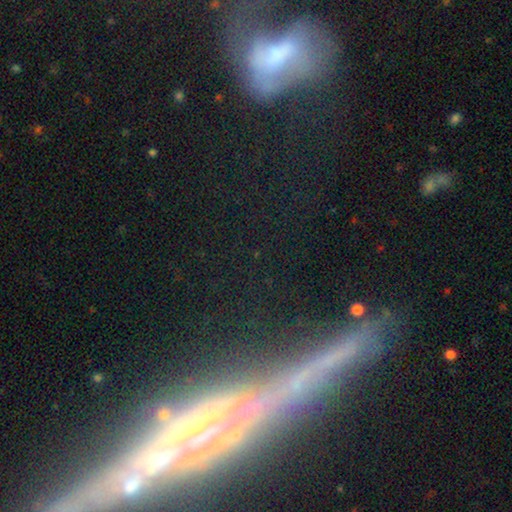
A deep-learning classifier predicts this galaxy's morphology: featured or disk 57%, star or artifact 23%, smooth 20%. Down the decision tree: edge-on disk — yes (71%); merging — none (55%).